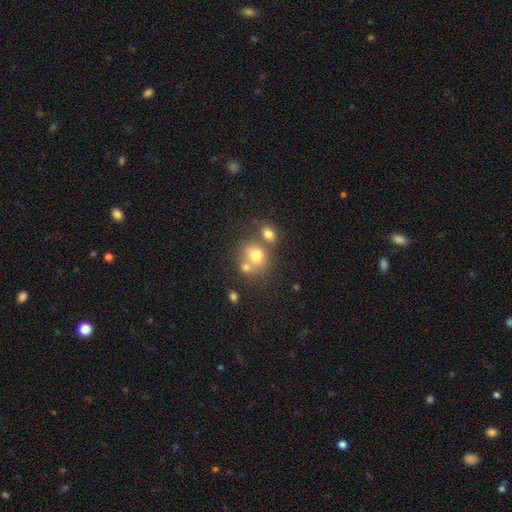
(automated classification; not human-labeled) Overall: smooth (69%). How rounded: round (70%). Merging: merger (46%; none 38%).